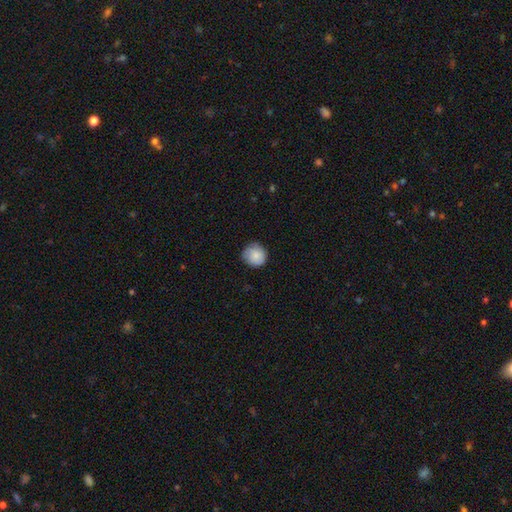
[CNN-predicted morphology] This is clearly a smooth galaxy (83%). How rounded: clearly round (91%). Merging: likely none (78%).